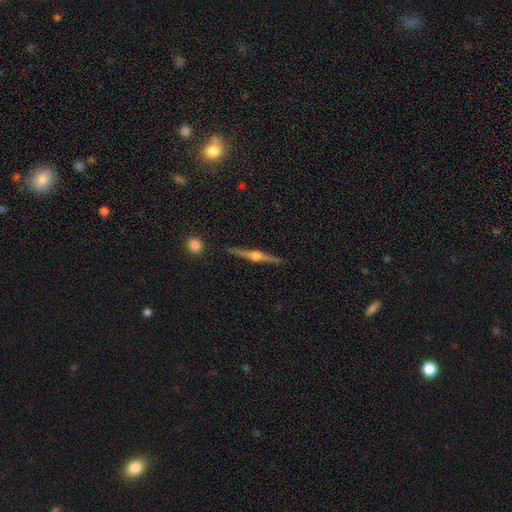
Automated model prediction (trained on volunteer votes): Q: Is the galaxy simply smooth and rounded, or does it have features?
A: featured or disk — 84%.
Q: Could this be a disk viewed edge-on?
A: yes — 98%.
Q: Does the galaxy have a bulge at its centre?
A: rounded — 93%.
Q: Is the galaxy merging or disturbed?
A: none — 91%.